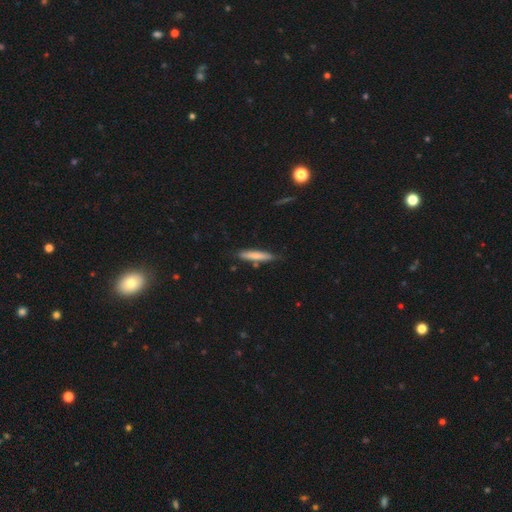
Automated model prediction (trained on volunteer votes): Smooth or featured?
  - smooth: 73% *
  - featured or disk: 21%
  - star or artifact: 6%
How rounded?
  - cigar-shaped: 91% *
  - in between: 8%
  - round: 1%
Merging?
  - none: 79% *
  - minor disturbance: 15%
  - merger: 3%
  - major disturbance: 2%